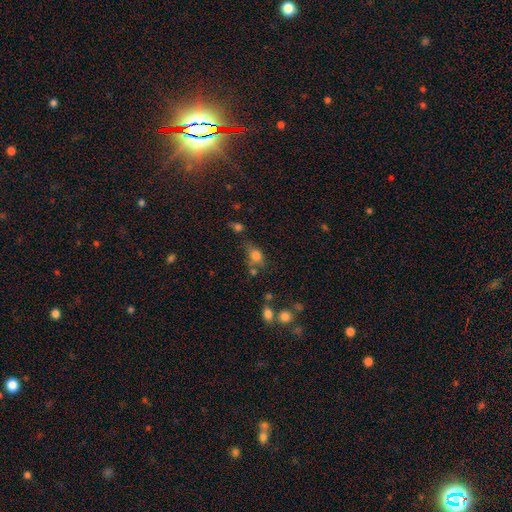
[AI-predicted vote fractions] smooth_or_featured: smooth (p=0.75) [alt: star or artifact p=0.13]
how_rounded: in between (p=0.60) [alt: round p=0.36]
merging: none (p=0.51) [alt: minor disturbance p=0.23]